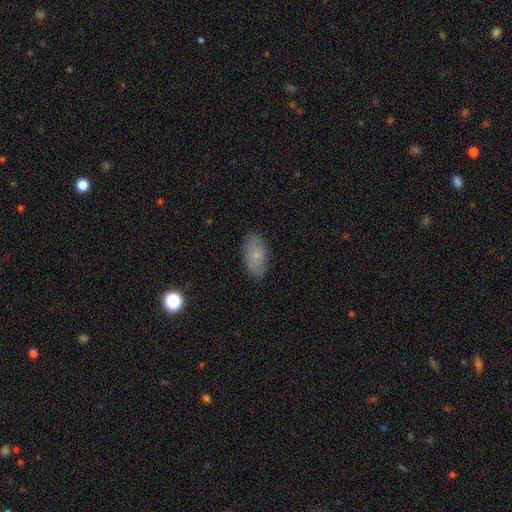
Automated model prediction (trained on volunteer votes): Smooth or featured? Predicted: smooth (p=0.71). How rounded? Predicted: in between (p=0.92). Merging? Predicted: none (p=0.84).